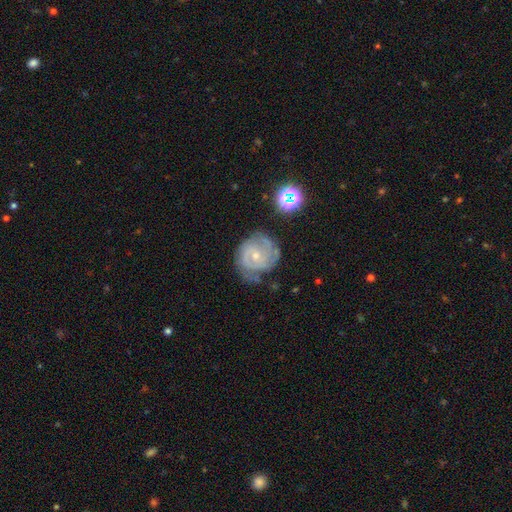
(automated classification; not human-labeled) Smooth or featured?
  - featured or disk: 83% *
  - smooth: 11%
  - star or artifact: 7%
Edge-on disk?
  - no: 98% *
  - yes: 2%
Bar?
  - no: 64% *
  - weak: 31%
  - strong: 6%
Spiral arms?
  - yes: 95% *
  - no: 5%
Spiral winding?
  - tight: 63% *
  - medium: 31%
  - loose: 6%
Spiral arm count?
  - 2: 46% *
  - can't tell: 22%
  - 3: 20%
  - 4: 5%
  - 1: 4%
  - more than 4: 3%
Bulge size?
  - small: 67% *
  - moderate: 29%
  - none: 2%
  - large: 1%
  - dominant: 1%
Merging?
  - none: 61% *
  - minor disturbance: 26%
  - major disturbance: 10%
  - merger: 3%